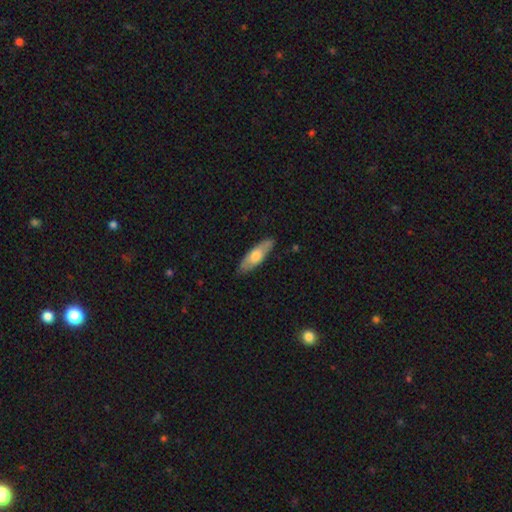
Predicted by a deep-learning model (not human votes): A smooth galaxy with no disk features (63%) that is in between round and cigar-shaped (51%).

Vote fractions:
- Smooth or featured? smooth: 63% / featured or disk: 32% / star or artifact: 5%
- How rounded? in between: 51% / cigar-shaped: 47% / round: 2%
- Merging? none: 86% / minor disturbance: 11% / major disturbance: 2% / merger: 1%